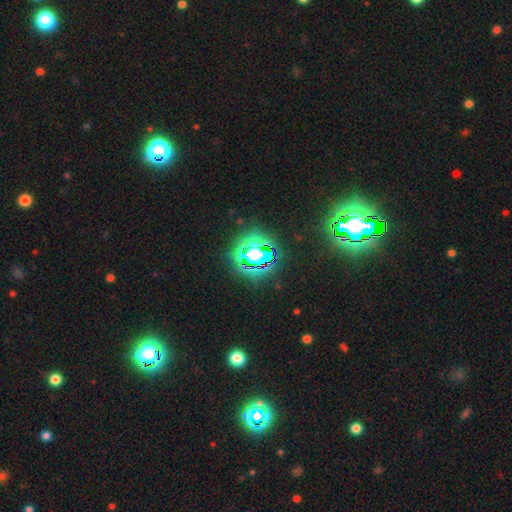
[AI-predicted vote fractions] This appears to be a star or artifact, not a galaxy (61%).